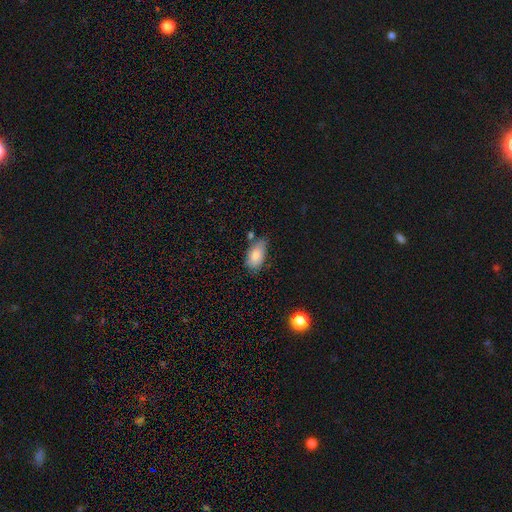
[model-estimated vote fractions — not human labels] This appears to be a smooth galaxy with no disk features (83%) that is in between round and cigar-shaped (92%). Merging: none (54%).